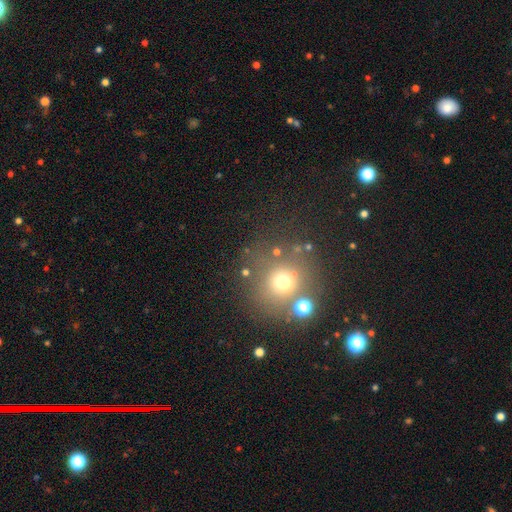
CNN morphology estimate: smooth 53%, star or artifact 32%, featured or disk 14%. Down the decision tree: how rounded — round (90%); merging — none (71%).